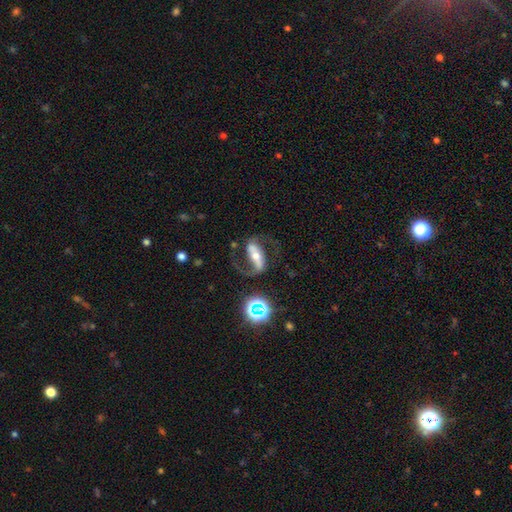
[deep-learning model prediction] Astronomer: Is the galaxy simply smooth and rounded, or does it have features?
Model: featured or disk — 77%.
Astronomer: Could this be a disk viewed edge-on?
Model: no — 90%.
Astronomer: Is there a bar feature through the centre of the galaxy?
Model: strong — 67%.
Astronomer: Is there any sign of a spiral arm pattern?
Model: yes — 91%.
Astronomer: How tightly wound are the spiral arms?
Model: loose — 48% (runner-up: medium, 41%).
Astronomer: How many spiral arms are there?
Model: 2 — 85%.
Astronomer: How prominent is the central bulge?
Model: moderate — 54% (runner-up: small, 33%).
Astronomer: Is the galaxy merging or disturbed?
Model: none — 64%.